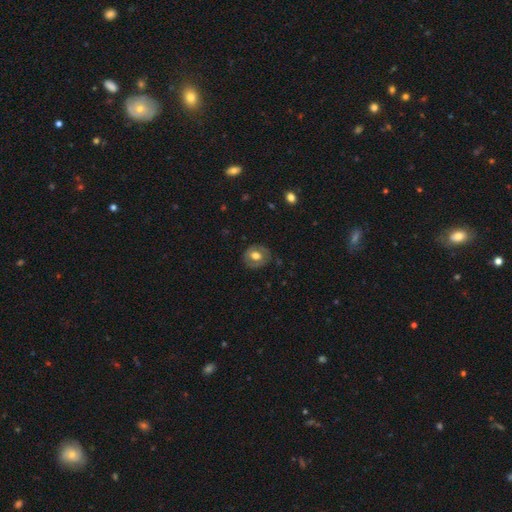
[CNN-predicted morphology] Smooth or featured: smooth — 54% (featured or disk — 39%)
How rounded: round — 69% (in between — 30%)
Merging: none — 79% (minor disturbance — 15%)